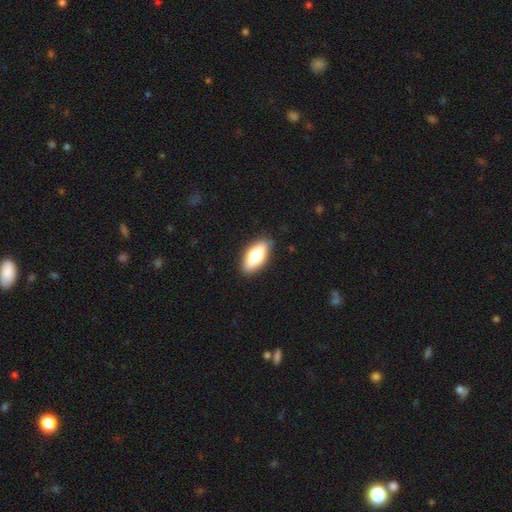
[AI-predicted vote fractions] Morphology: type=smooth (71%); roundness=in between (84%); merging=none (87%).